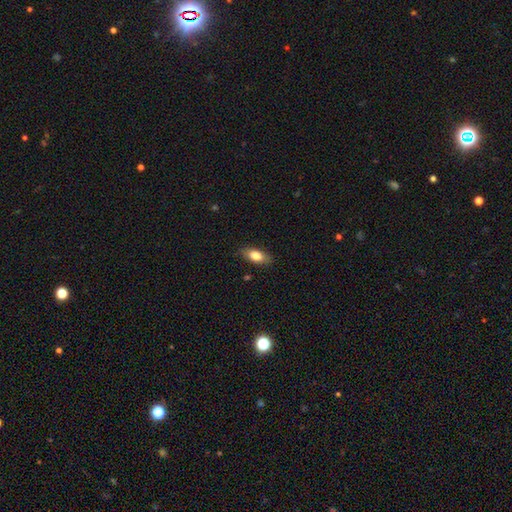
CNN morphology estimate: Smooth or featured: smooth — 79% (featured or disk — 14%)
How rounded: in between — 84% (cigar-shaped — 12%)
Merging: none — 83% (minor disturbance — 13%)